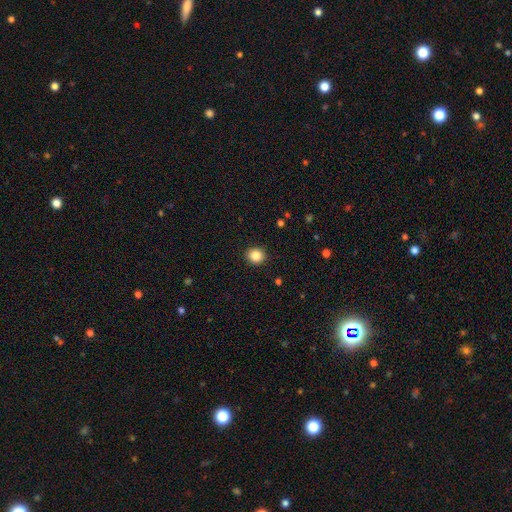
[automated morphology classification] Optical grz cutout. It shows a smooth galaxy with no disk features (85%) that is round (87%). Merging: none (92%).